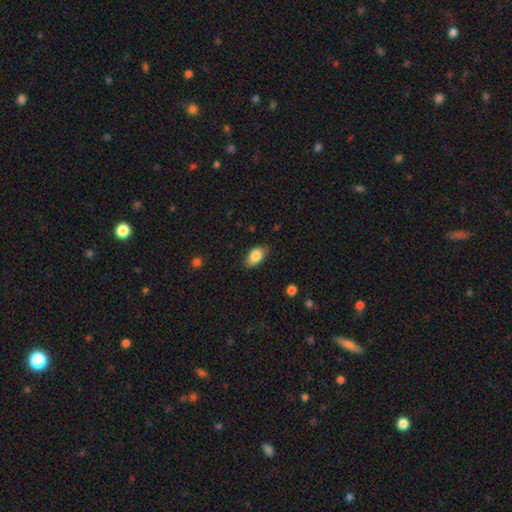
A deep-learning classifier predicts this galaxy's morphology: A smooth galaxy with no disk features (84%) that is in between round and cigar-shaped (90%). Merging: none (81%).